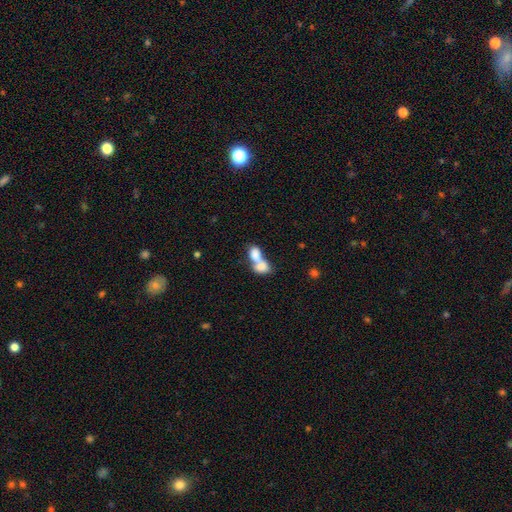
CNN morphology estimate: smooth_or_featured: smooth (p=0.76) [alt: featured or disk p=0.16]
how_rounded: in between (p=0.80) [alt: round p=0.17]
merging: merger (p=0.79) [alt: none p=0.12]